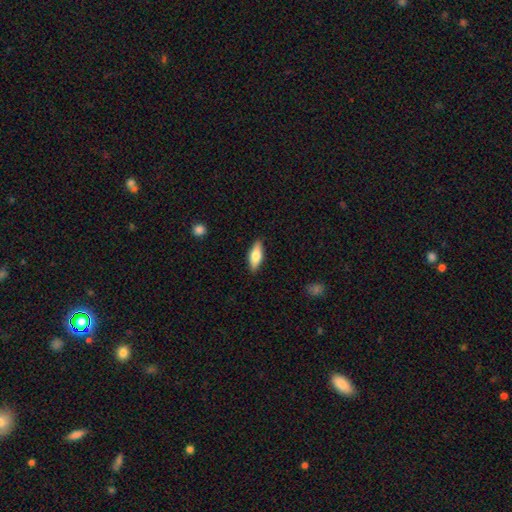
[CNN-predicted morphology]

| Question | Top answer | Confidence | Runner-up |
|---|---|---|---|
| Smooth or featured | smooth | 70% | featured or disk (24%) |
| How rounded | in between | 70% | cigar-shaped (28%) |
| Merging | none | 88% | minor disturbance (9%) |